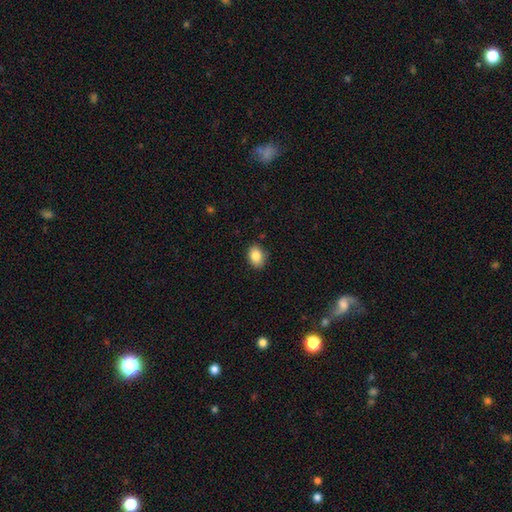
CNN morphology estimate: Smooth or featured: smooth — 84% (star or artifact — 9%)
How rounded: in between — 62% (round — 37%)
Merging: none — 84% (minor disturbance — 12%)